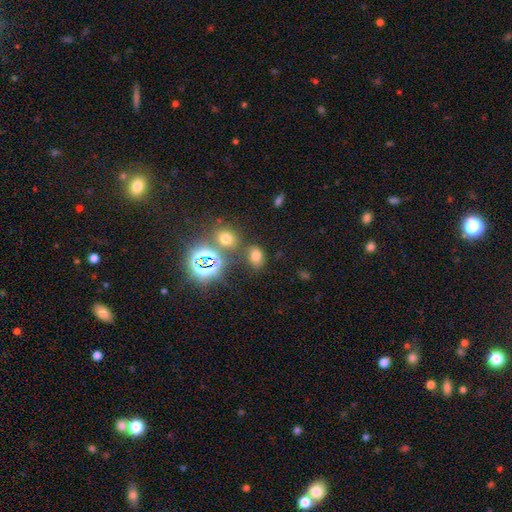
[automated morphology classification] Q: Smooth or featured?
A: smooth (63%); runner-up: star or artifact (29%)
Q: How rounded?
A: in between (70%); runner-up: round (28%)
Q: Merging?
A: none (72%); runner-up: minor disturbance (12%)